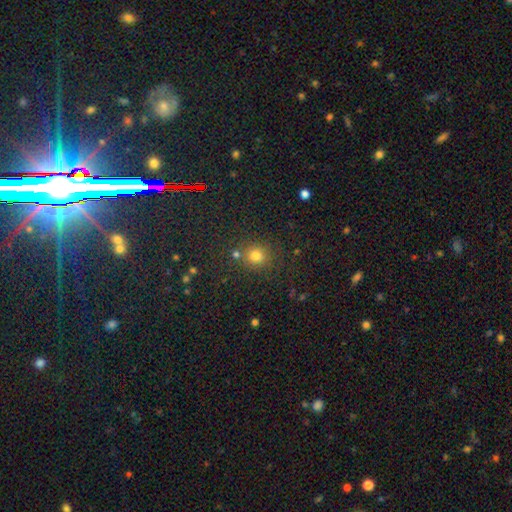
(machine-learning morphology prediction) smooth 76%, star or artifact 18%, featured or disk 6%. Down the decision tree: how rounded — round (87%); merging — none (77%).